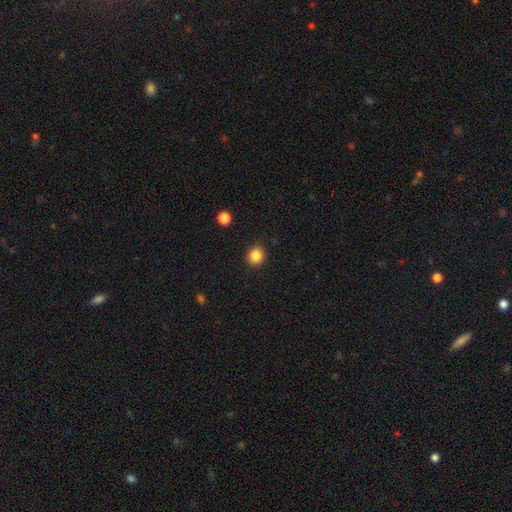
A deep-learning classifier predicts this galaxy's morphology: This appears to be a smooth galaxy with no disk features (85%) that is round (85%). Merging: none (89%).